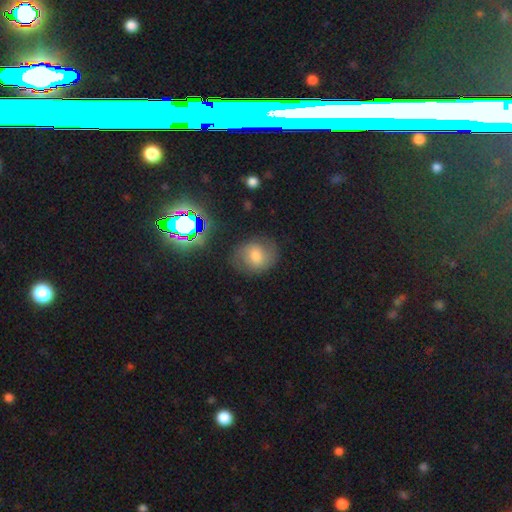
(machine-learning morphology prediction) Overall: smooth (45%; featured or disk 39%). Merging: none (73%).